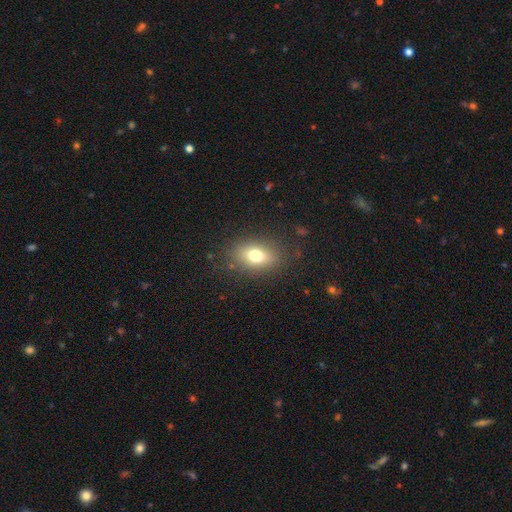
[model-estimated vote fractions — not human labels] This is likely a smooth galaxy (74%). How rounded: likely in between (77%). Merging: clearly none (83%).